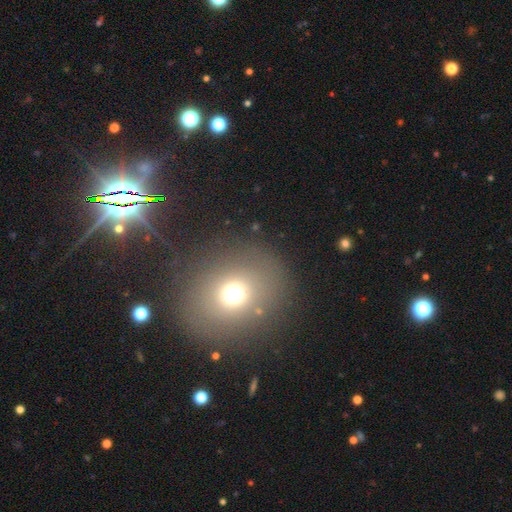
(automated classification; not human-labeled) Smooth or featured?
  - smooth: 52% *
  - star or artifact: 34%
  - featured or disk: 14%
How rounded?
  - round: 77% *
  - in between: 21%
  - cigar-shaped: 1%
Merging?
  - none: 86% *
  - minor disturbance: 8%
  - major disturbance: 4%
  - merger: 2%